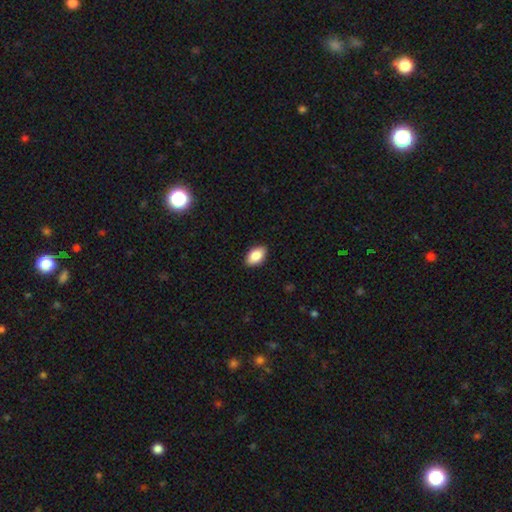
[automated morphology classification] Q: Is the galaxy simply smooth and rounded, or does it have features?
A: smooth — 86%.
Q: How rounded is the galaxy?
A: in between — 93%.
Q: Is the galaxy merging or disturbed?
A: none — 89%.